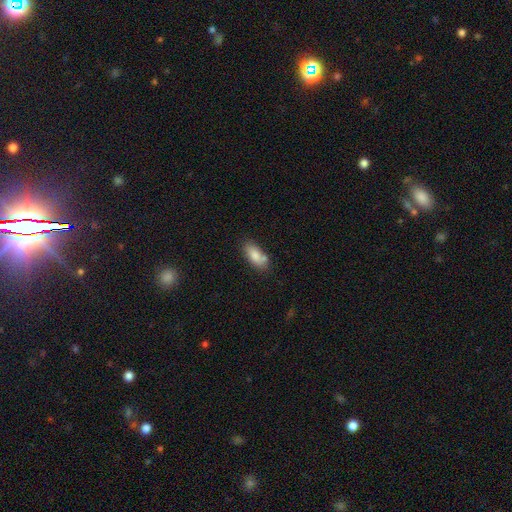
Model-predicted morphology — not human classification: The model was most divided on "merging": none: 66%, minor disturbance: 17%, merger: 13%, major disturbance: 4%. More confident: how rounded — in between (86%); smooth or featured — smooth (82%).